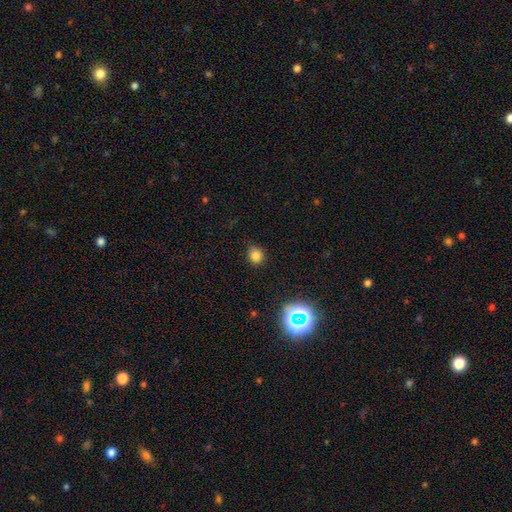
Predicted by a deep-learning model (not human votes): smooth 80%, star or artifact 16%, featured or disk 5%. Down the decision tree: how rounded — round (77%); merging — none (83%).